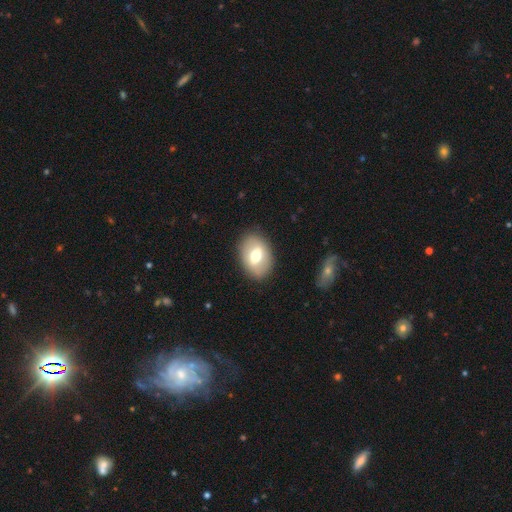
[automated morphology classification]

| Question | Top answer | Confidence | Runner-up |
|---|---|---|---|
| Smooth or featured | smooth | 61% | featured or disk (32%) |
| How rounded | in between | 79% | round (20%) |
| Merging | none | 86% | minor disturbance (10%) |